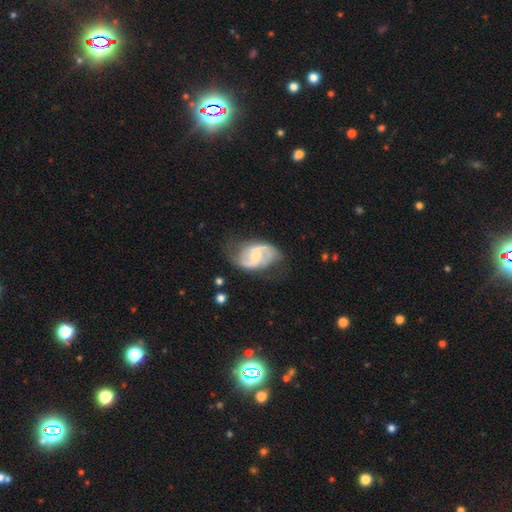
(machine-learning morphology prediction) This appears to be a featured or disk galaxy (82%) with a weak bar (45%), 2 (87%) medium (47%) spiral arms (93%) and a moderate central bulge (54%). Merging: none (64%).